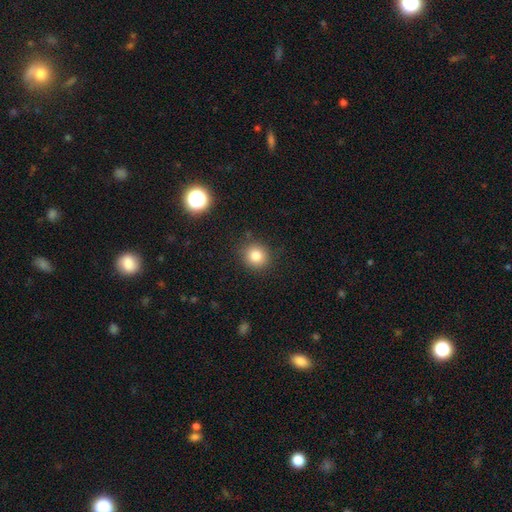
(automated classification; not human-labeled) Smooth or featured?
  - smooth: 81% *
  - star or artifact: 12%
  - featured or disk: 7%
How rounded?
  - round: 89% *
  - in between: 10%
  - cigar-shaped: 1%
Merging?
  - none: 87% *
  - minor disturbance: 8%
  - major disturbance: 3%
  - merger: 2%